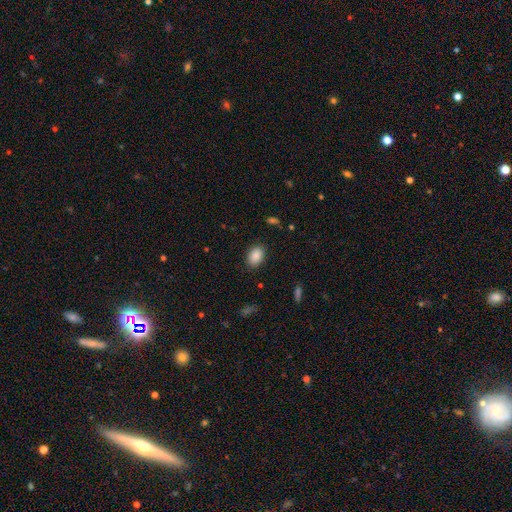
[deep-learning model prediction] Overall: smooth (88%). How rounded: in between (78%). Merging: none (87%).